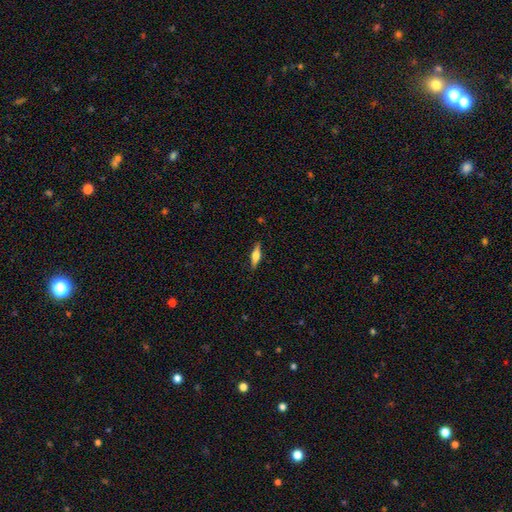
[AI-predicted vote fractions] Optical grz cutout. It shows a smooth galaxy with no disk features (55%) that is cigar-shaped (53%). Merging: none (87%).